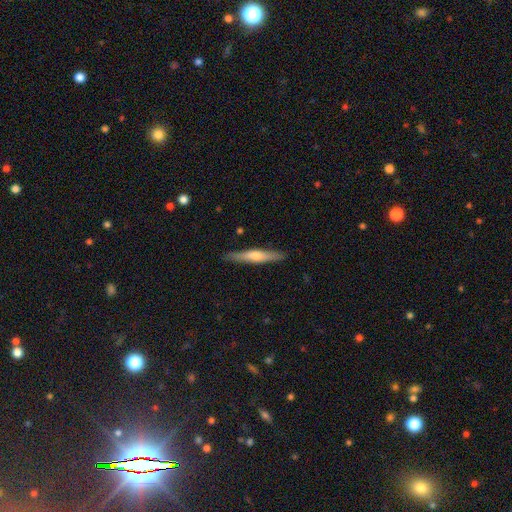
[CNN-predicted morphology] This appears to be a featured or disk galaxy (55%) viewed edge-on (96%) with a rounded central bulge (76%). Merging: none (90%).